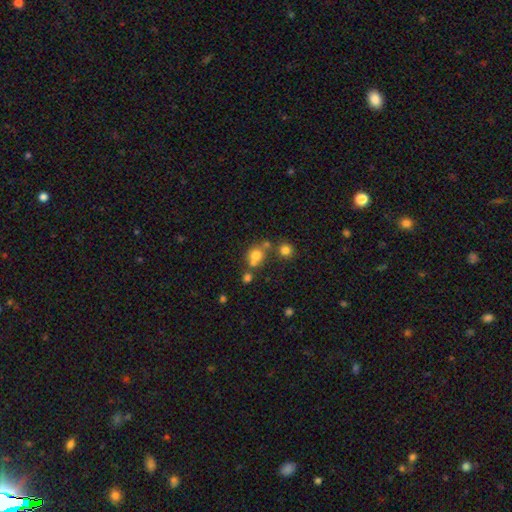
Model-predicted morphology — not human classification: A smooth galaxy with no disk features (72%) that is round (80%).

Vote fractions:
- Smooth or featured? smooth: 72% / star or artifact: 15% / featured or disk: 13%
- How rounded? round: 80% / in between: 19% / cigar-shaped: 1%
- Merging? none: 53% / merger: 32% / minor disturbance: 10% / major disturbance: 5%